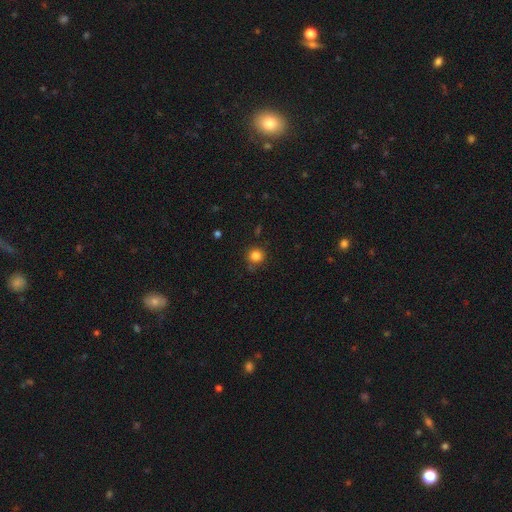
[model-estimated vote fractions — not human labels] Morphology: type=smooth (83%); roundness=round (93%); merging=none (82%).